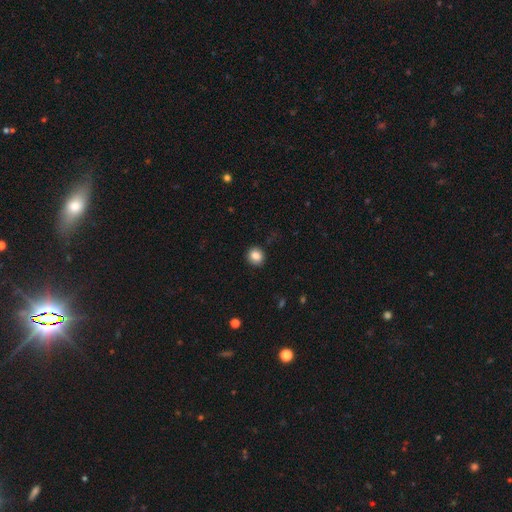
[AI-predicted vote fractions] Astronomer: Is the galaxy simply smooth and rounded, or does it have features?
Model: smooth — 84%.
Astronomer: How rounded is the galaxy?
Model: round — 87%.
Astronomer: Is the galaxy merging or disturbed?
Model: none — 90%.